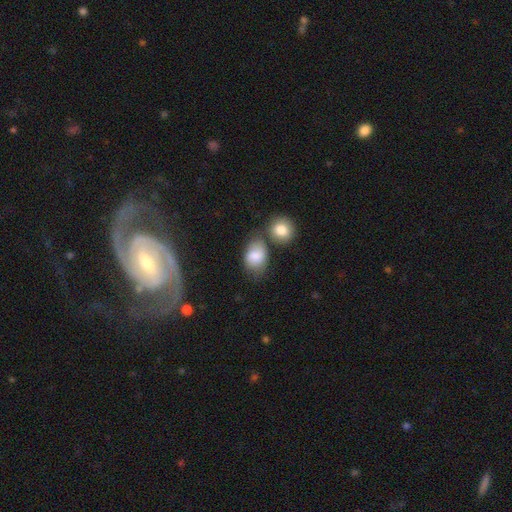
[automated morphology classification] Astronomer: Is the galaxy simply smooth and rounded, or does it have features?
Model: smooth — 80%.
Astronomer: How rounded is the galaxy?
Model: in between — 78%.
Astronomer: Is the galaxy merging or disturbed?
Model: none — 51%.